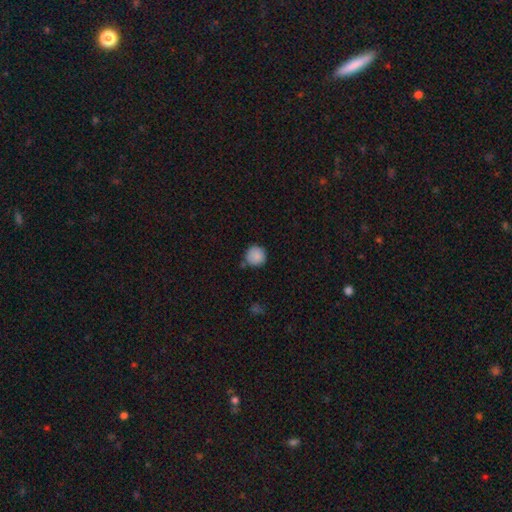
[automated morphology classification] type=smooth (87%); roundness=round (93%); merging=none (73%).